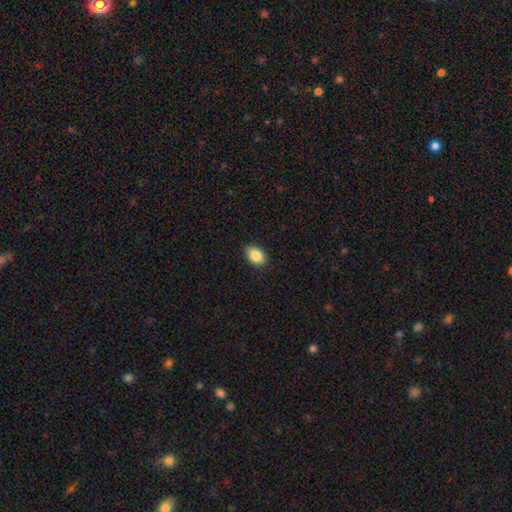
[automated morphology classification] This appears to be a smooth galaxy with no disk features (86%) that is in between round and cigar-shaped (86%). Merging: none (88%).